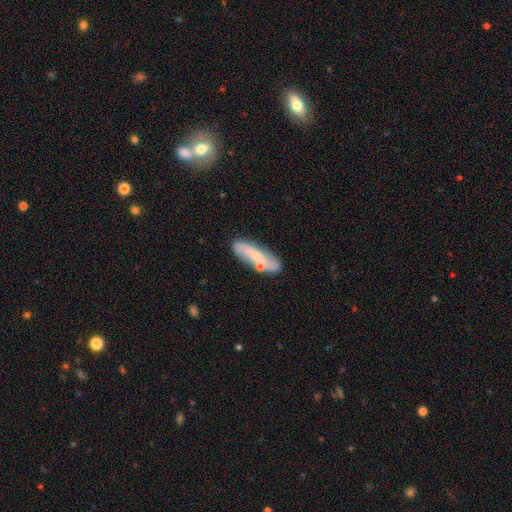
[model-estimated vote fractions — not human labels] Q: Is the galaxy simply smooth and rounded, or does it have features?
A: smooth — 51%.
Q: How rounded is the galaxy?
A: cigar-shaped — 56%.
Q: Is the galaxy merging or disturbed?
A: none — 68%.